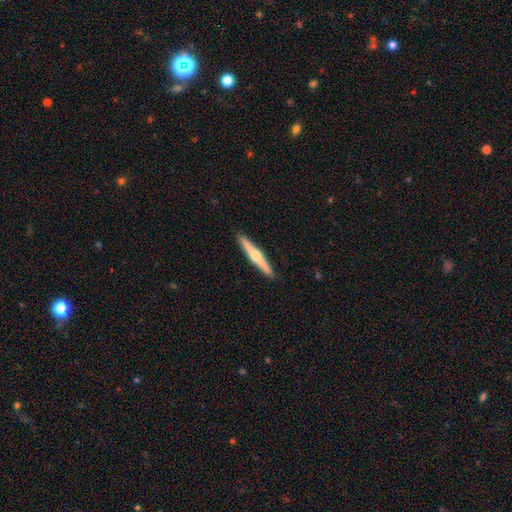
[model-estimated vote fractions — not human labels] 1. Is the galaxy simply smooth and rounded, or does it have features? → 67% featured or disk, 28% smooth, 5% star or artifact.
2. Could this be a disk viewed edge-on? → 98% yes, 2% no.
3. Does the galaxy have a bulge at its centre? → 91% rounded, 5% boxy, 5% none.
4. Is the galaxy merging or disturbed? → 92% none, 6% minor disturbance, 1% major disturbance, 1% merger.